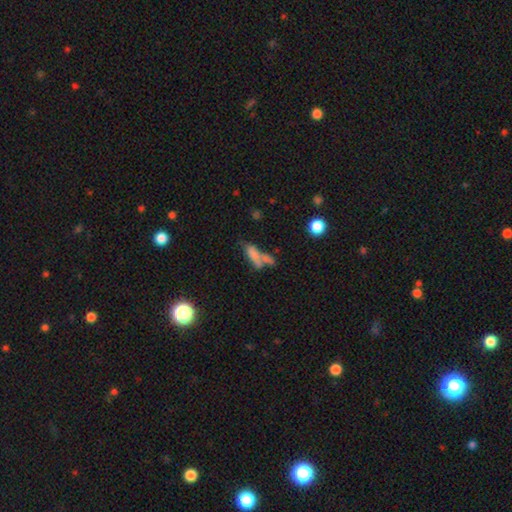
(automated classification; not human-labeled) Smooth or featured? Predicted: smooth (p=0.62). How rounded? Predicted: in between (p=0.54). Merging? Predicted: merger (p=0.46).